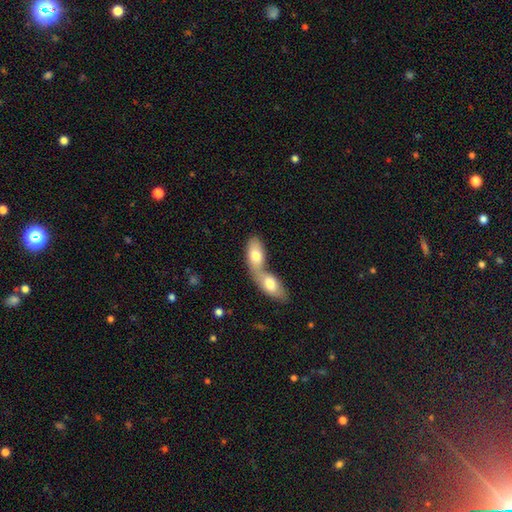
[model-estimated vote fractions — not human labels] Smooth or featured?
  - smooth: 73% *
  - featured or disk: 21%
  - star or artifact: 6%
How rounded?
  - in between: 88% *
  - cigar-shaped: 7%
  - round: 5%
Merging?
  - merger: 73% *
  - none: 18%
  - minor disturbance: 5%
  - major disturbance: 3%